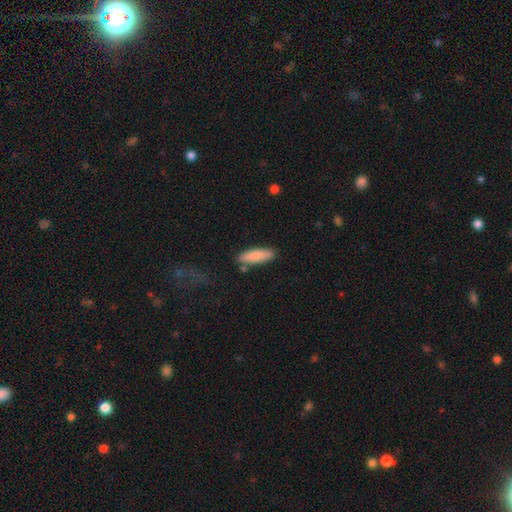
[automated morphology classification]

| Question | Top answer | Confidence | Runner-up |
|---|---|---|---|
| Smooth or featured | smooth | 85% | featured or disk (10%) |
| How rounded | cigar-shaped | 60% | in between (39%) |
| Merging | none | 82% | minor disturbance (12%) |